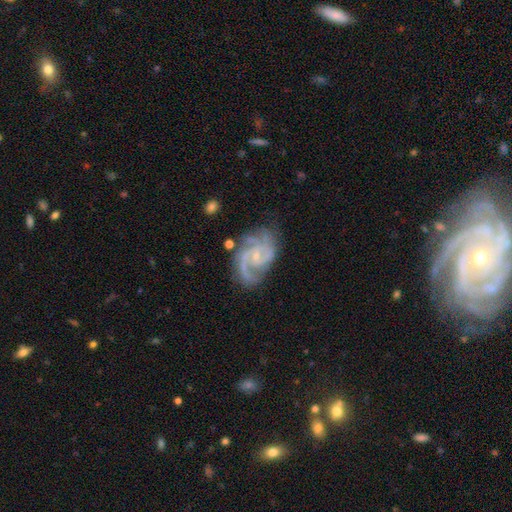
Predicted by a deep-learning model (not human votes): Morphology: type=featured or disk (91%); edge-on=no (98%); bar=no (58%); spiral arms=yes (98%); winding=medium (50%); arm count=2 (42%); bulge=small (78%); merging=none (69%).